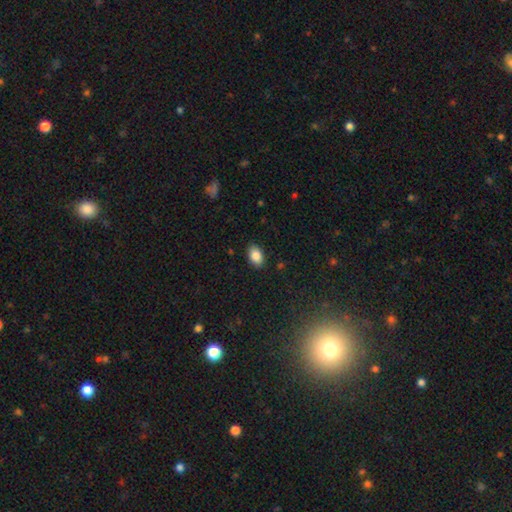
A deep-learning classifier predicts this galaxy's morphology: This is clearly a smooth galaxy (87%). How rounded: clearly in between (91%). Merging: clearly none (87%).